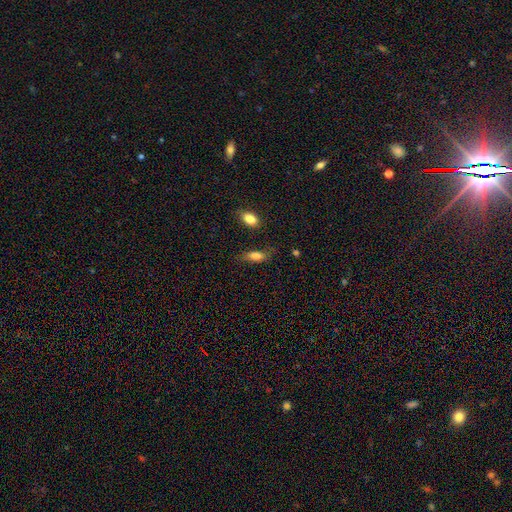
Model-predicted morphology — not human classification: Smooth or featured? Predicted: smooth (p=0.78). How rounded? Predicted: in between (p=0.76). Merging? Predicted: none (p=0.70).